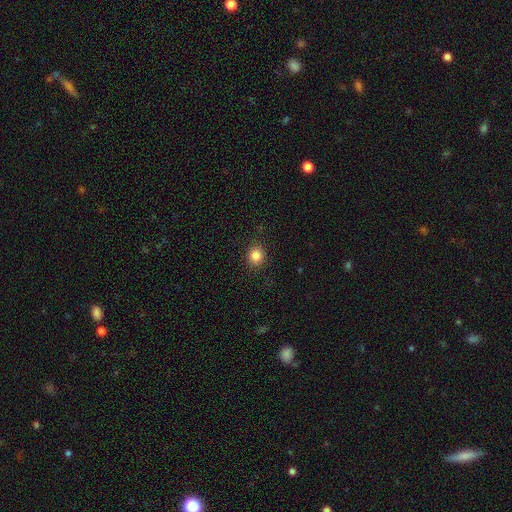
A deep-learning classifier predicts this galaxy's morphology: Smooth or featured? Predicted: smooth (p=0.85). How rounded? Predicted: round (p=0.82). Merging? Predicted: none (p=0.89).